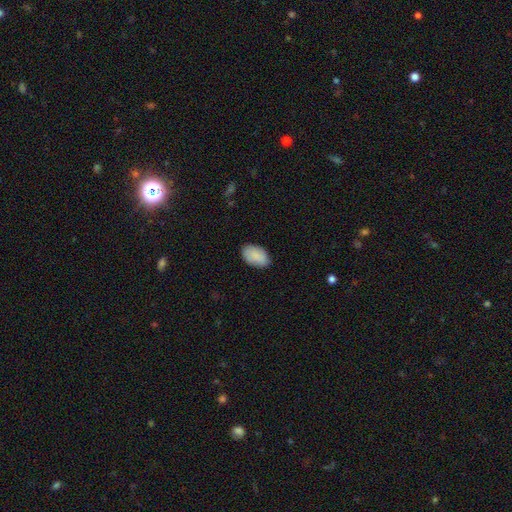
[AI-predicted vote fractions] Morphology: type=smooth (89%); roundness=in between (94%); merging=none (84%).